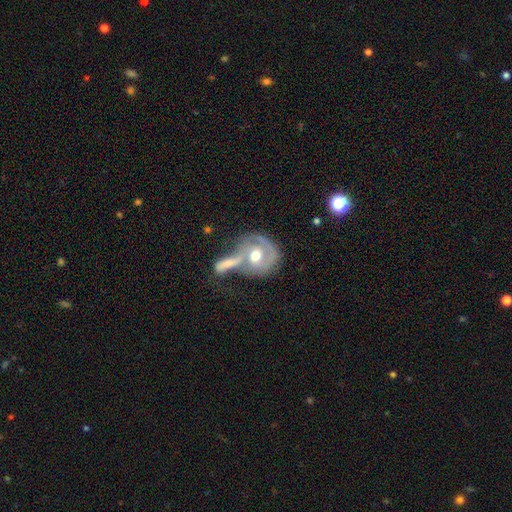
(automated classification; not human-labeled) smooth_or_featured: featured or disk (p=0.57) [alt: smooth p=0.37]
disk_edge_on: no (p=0.93) [alt: yes p=0.07]
bar: no (p=0.75) [alt: weak p=0.18]
has_spiral_arms: no (p=0.54) [alt: yes p=0.46]
bulge_size: moderate (p=0.78) [alt: small p=0.12]
merging: merger (p=0.50) [alt: none p=0.27]